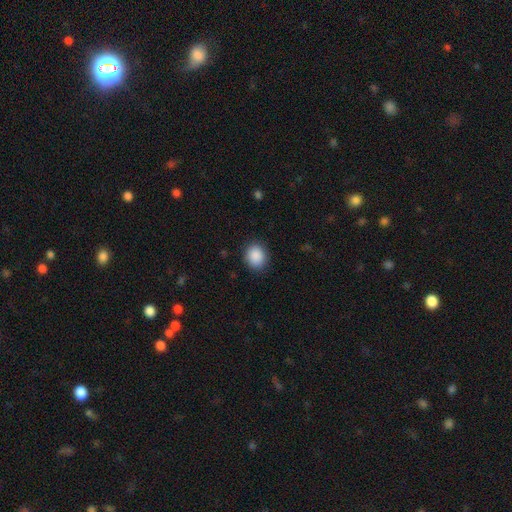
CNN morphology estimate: smooth 89%, star or artifact 8%, featured or disk 3%. Down the decision tree: how rounded — round (62%); merging — none (88%).